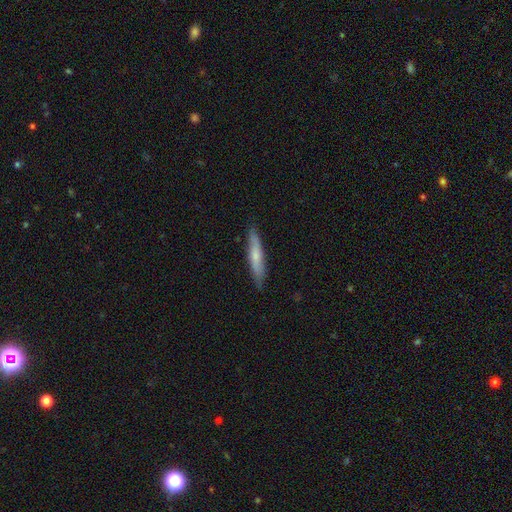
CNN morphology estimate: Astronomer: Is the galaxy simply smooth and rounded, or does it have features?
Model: smooth — 59% (runner-up: featured or disk, 35%).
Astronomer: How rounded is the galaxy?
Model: cigar-shaped — 90%.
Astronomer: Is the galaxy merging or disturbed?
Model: none — 84%.